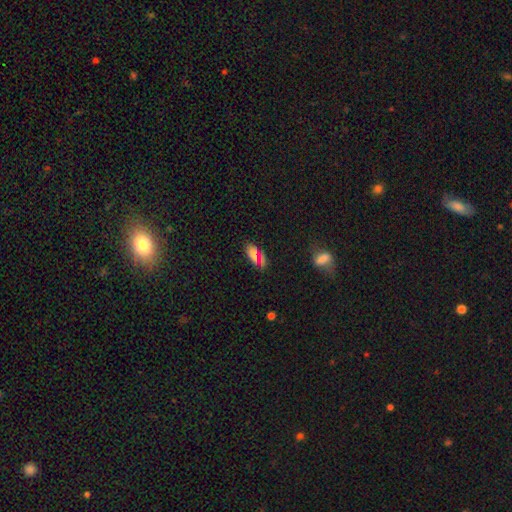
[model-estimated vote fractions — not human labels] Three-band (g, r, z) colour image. It shows a smooth galaxy with no disk features (69%) that is in between round and cigar-shaped (83%). Merging: none (71%).